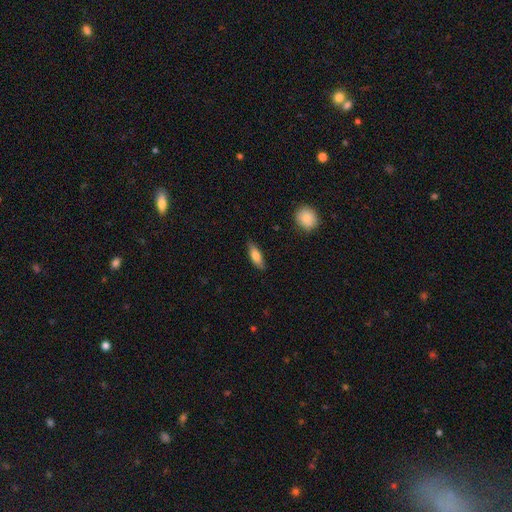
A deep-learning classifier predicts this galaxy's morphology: A smooth galaxy with no disk features (74%) that is in between round and cigar-shaped (60%).

Vote fractions:
- Smooth or featured? smooth: 74% / featured or disk: 20% / star or artifact: 6%
- How rounded? in between: 60% / cigar-shaped: 38% / round: 3%
- Merging? none: 84% / minor disturbance: 12% / major disturbance: 2% / merger: 1%